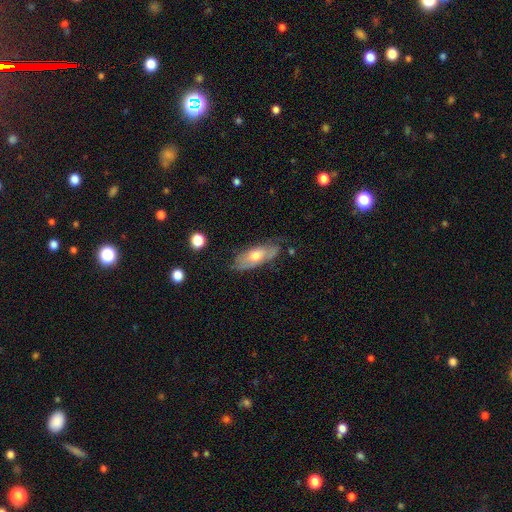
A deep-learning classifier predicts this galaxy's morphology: This appears to be a smooth galaxy with no disk features (52%) that is in between round and cigar-shaped (75%). Merging: none (62%).